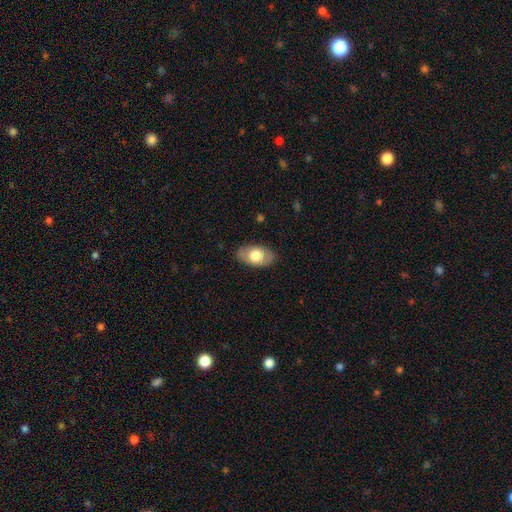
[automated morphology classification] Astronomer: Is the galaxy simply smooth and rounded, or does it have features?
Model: smooth — 67%.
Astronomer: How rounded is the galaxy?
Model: in between — 92%.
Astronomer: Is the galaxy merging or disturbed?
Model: none — 83%.